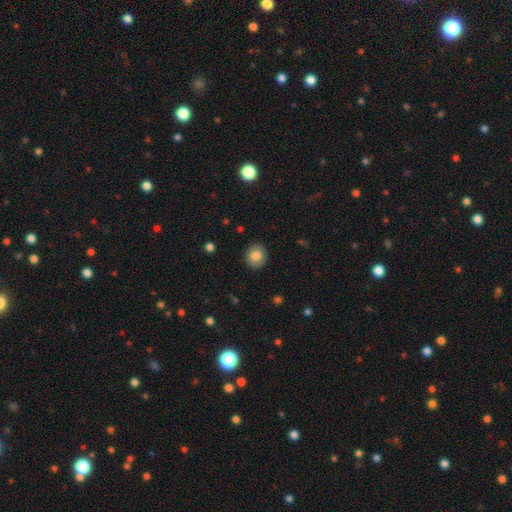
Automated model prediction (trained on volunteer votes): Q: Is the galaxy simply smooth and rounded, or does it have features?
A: smooth — 82%.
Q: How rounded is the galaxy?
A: round — 70%.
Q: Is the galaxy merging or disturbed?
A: none — 89%.